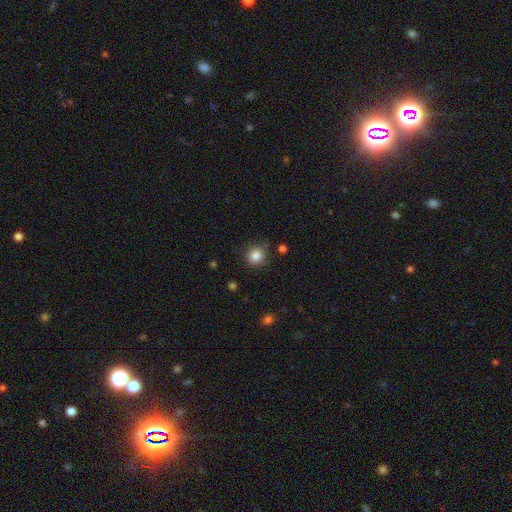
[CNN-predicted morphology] Smooth or featured: smooth — 84% (star or artifact — 11%)
How rounded: round — 91% (in between — 8%)
Merging: none — 85% (minor disturbance — 10%)